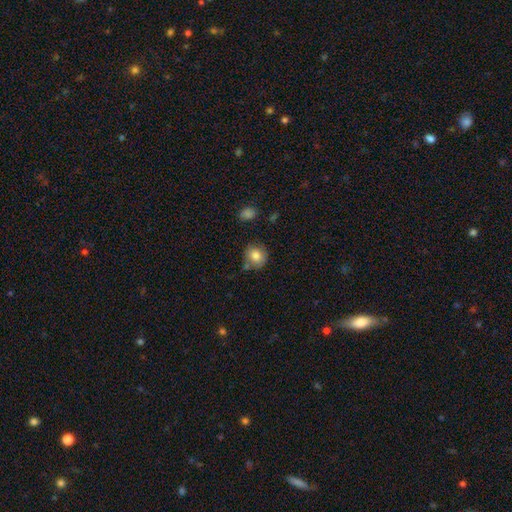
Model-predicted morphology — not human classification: The model was most divided on "merging": none: 72%, minor disturbance: 17%, merger: 7%, major disturbance: 4%. More confident: how rounded — round (85%); smooth or featured — smooth (82%).